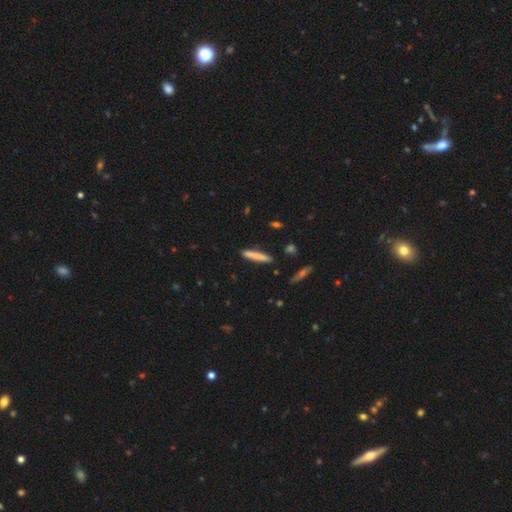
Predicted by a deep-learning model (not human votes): A smooth galaxy with no disk features (78%) that is cigar-shaped (94%).

Vote fractions:
- Smooth or featured? smooth: 78% / featured or disk: 16% / star or artifact: 7%
- How rounded? cigar-shaped: 94% / in between: 5% / round: 1%
- Merging? none: 87% / minor disturbance: 9% / merger: 2% / major disturbance: 2%